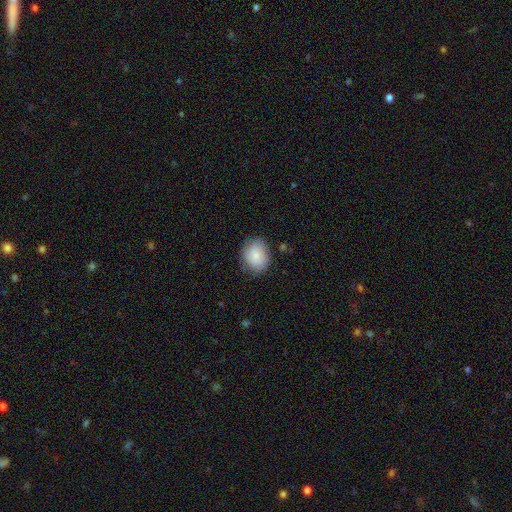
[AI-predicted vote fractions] This is clearly a smooth galaxy (83%). How rounded: possibly round (53%). Merging: likely none (76%).